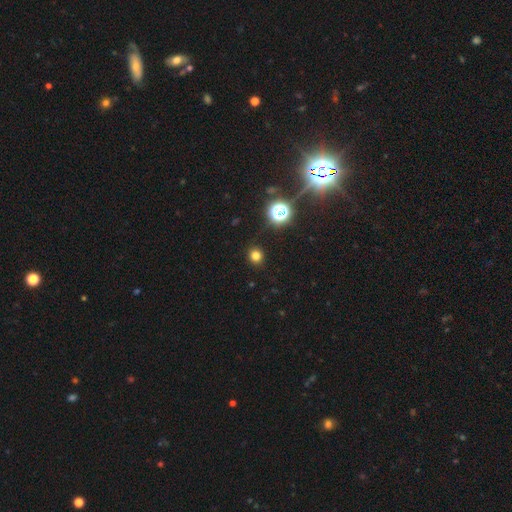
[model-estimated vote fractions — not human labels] Morphology: type=smooth (76%); roundness=round (89%); merging=none (91%).